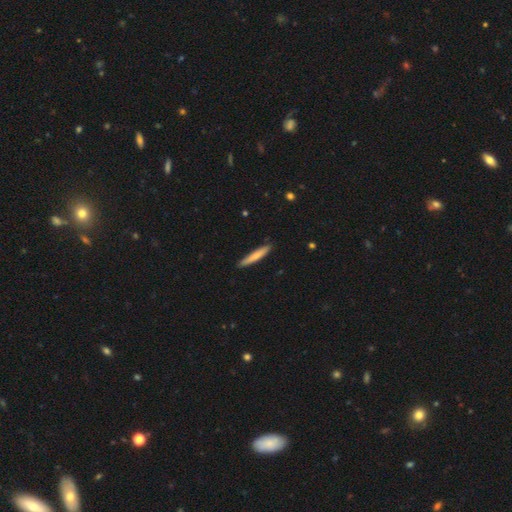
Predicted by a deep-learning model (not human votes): This appears to be a smooth galaxy with no disk features (72%) that is cigar-shaped (94%). Merging: none (89%).